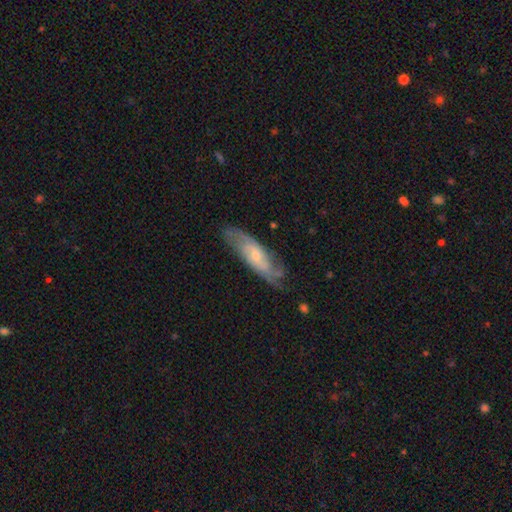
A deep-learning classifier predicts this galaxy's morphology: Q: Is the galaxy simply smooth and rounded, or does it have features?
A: featured or disk — 71%.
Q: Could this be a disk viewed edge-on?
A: no — 80%.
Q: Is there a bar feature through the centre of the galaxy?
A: no — 66%.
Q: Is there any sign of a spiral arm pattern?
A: yes — 90%.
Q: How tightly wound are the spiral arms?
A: medium — 42%.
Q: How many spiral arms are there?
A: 2 — 40%.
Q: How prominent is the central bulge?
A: small — 61%.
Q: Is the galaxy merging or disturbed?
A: none — 72%.